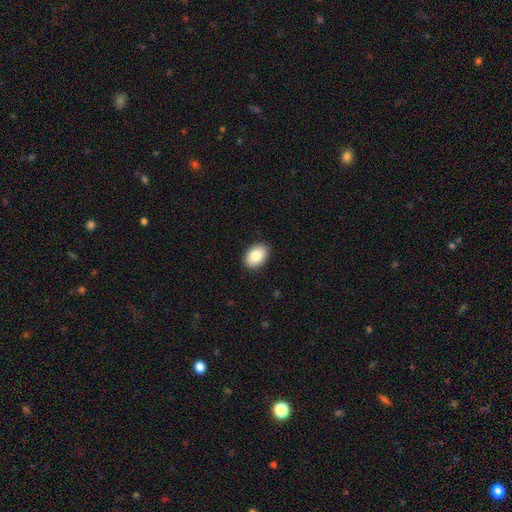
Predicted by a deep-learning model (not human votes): Smooth or featured?
  - smooth: 84% *
  - featured or disk: 9%
  - star or artifact: 7%
How rounded?
  - in between: 84% *
  - round: 15%
  - cigar-shaped: 1%
Merging?
  - none: 89% *
  - minor disturbance: 8%
  - major disturbance: 2%
  - merger: 1%